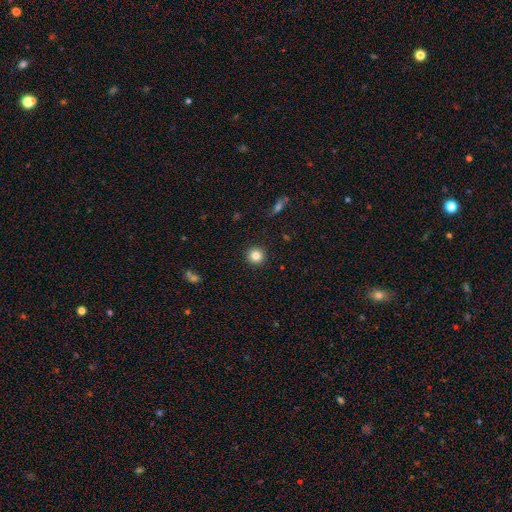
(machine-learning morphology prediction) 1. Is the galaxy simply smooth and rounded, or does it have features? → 83% smooth, 11% star or artifact, 6% featured or disk.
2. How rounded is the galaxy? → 95% round, 4% in between, 1% cigar-shaped.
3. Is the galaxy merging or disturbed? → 93% none, 5% minor disturbance, 2% major disturbance, 1% merger.